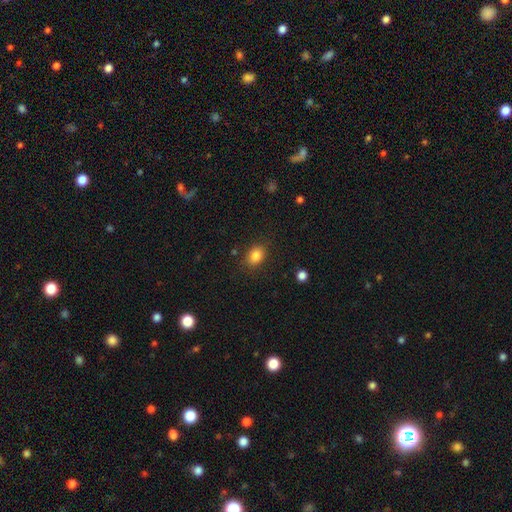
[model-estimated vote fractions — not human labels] Smooth or featured?
  - smooth: 85% *
  - star or artifact: 10%
  - featured or disk: 6%
How rounded?
  - in between: 63% *
  - round: 35%
  - cigar-shaped: 1%
Merging?
  - none: 83% *
  - minor disturbance: 12%
  - major disturbance: 4%
  - merger: 2%